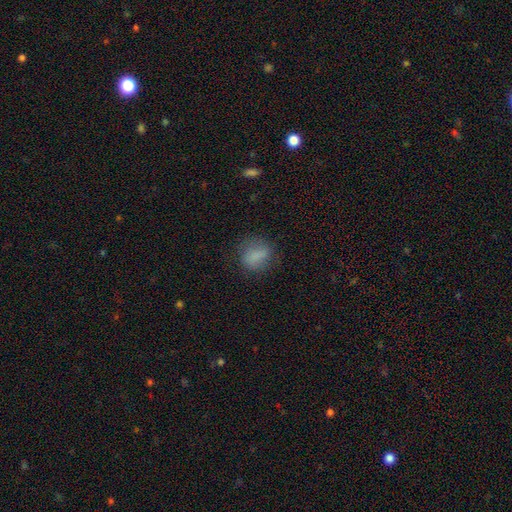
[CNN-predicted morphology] type=smooth (80%); roundness=round (51%); merging=none (73%).